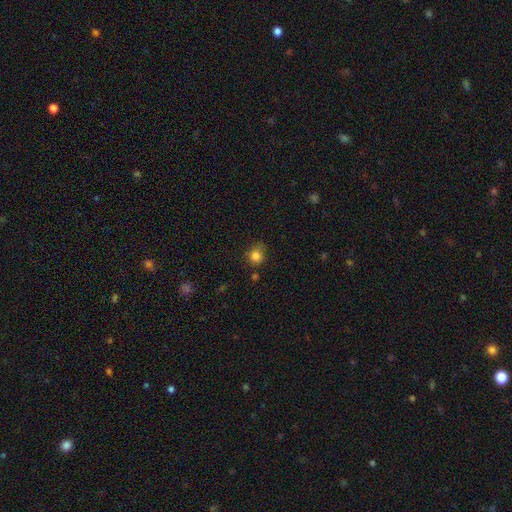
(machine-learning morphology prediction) Smooth or featured: smooth — 83% (star or artifact — 12%)
How rounded: round — 81% (in between — 18%)
Merging: none — 63% (minor disturbance — 25%)